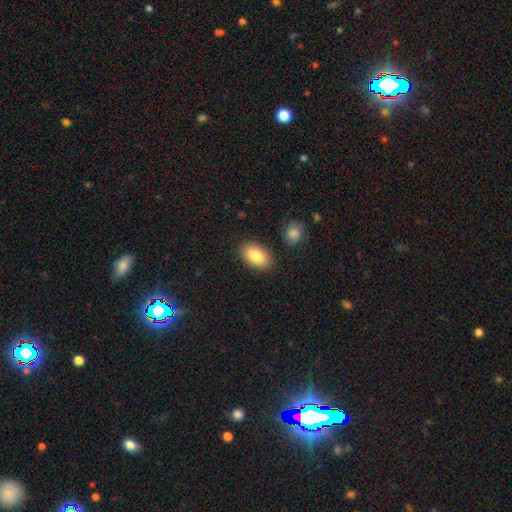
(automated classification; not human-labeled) A smooth galaxy with no disk features (85%) that is in between round and cigar-shaped (92%).

Vote fractions:
- Smooth or featured? smooth: 85% / featured or disk: 8% / star or artifact: 7%
- How rounded? in between: 92% / round: 6% / cigar-shaped: 2%
- Merging? none: 85% / minor disturbance: 10% / merger: 3% / major disturbance: 3%